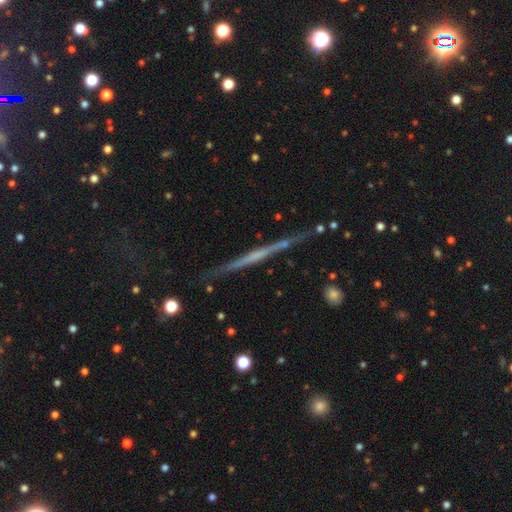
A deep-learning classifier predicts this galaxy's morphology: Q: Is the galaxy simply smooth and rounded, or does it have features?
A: featured or disk — 72%.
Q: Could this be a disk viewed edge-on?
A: yes — 98%.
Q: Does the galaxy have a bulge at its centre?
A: none — 75%.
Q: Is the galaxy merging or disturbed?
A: none — 86%.